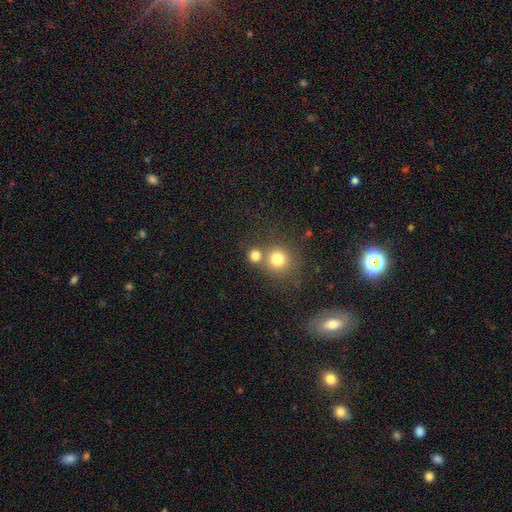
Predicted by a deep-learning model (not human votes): This appears to be a smooth galaxy with no disk features (77%) that is round (88%). Merging: none (59%).